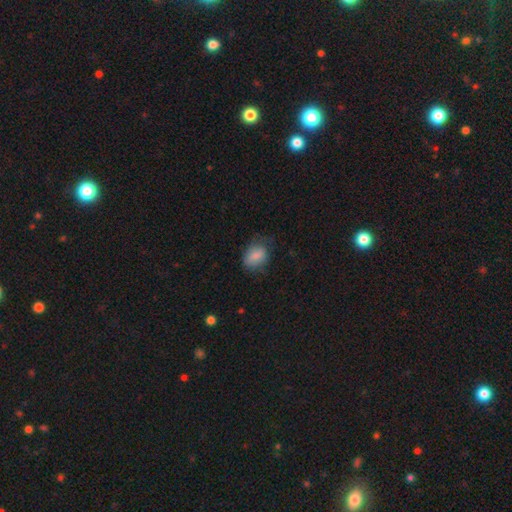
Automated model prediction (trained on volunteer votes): smooth 82%, featured or disk 10%, star or artifact 8%. Down the decision tree: how rounded — in between (76%); merging — none (60%).